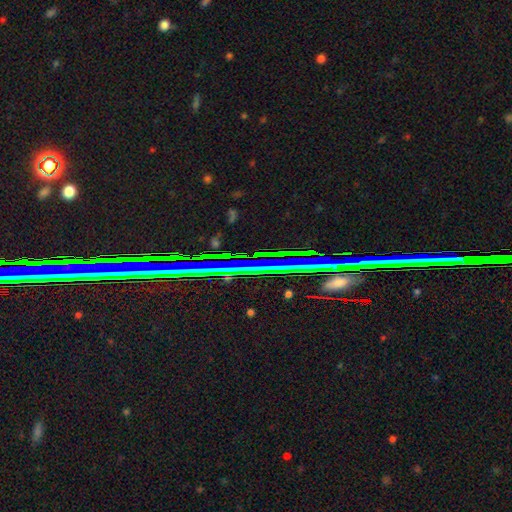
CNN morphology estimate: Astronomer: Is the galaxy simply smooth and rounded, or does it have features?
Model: star or artifact — 82%.